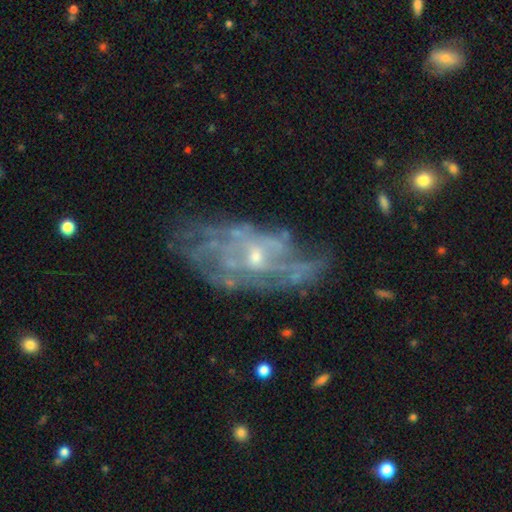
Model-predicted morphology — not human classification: Overall: featured or disk (81%). Edge-on disk: no (93%). Bar: no (65%; weak 29%). Spiral arms: yes (80%). Spiral arm count: can't tell (55%). Spiral winding: tight (51%; medium 34%). Bulge size: small (67%). Merging: none (62%).